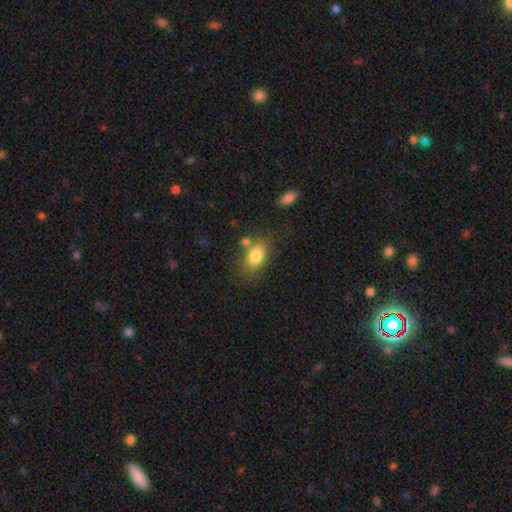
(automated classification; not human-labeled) Smooth or featured?
  - smooth: 81% *
  - featured or disk: 11%
  - star or artifact: 8%
How rounded?
  - in between: 84% *
  - round: 13%
  - cigar-shaped: 3%
Merging?
  - none: 66% *
  - minor disturbance: 16%
  - merger: 12%
  - major disturbance: 5%